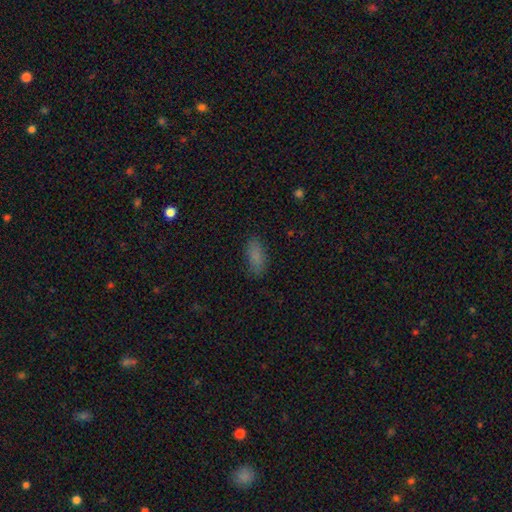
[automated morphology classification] Smooth or featured? smooth (84%)
How rounded? in between (82%)
Merging? none (84%)